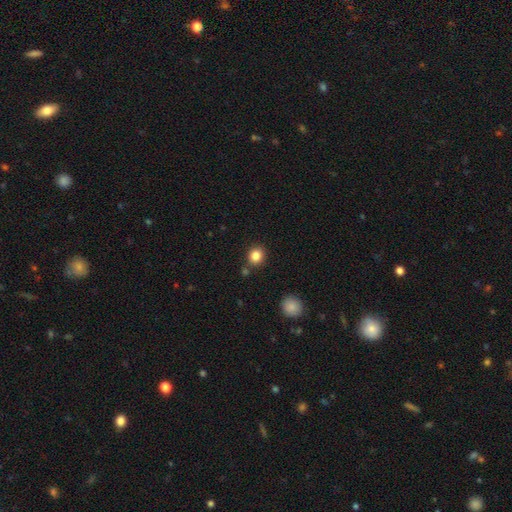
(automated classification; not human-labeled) Overall: smooth (85%). How rounded: round (71%). Merging: none (82%).